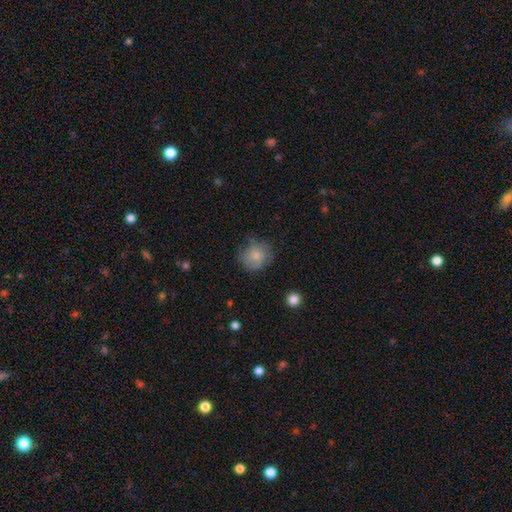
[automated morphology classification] Q: Smooth or featured?
A: smooth (77%); runner-up: featured or disk (15%)
Q: How rounded?
A: round (83%); runner-up: in between (16%)
Q: Merging?
A: none (67%); runner-up: minor disturbance (24%)